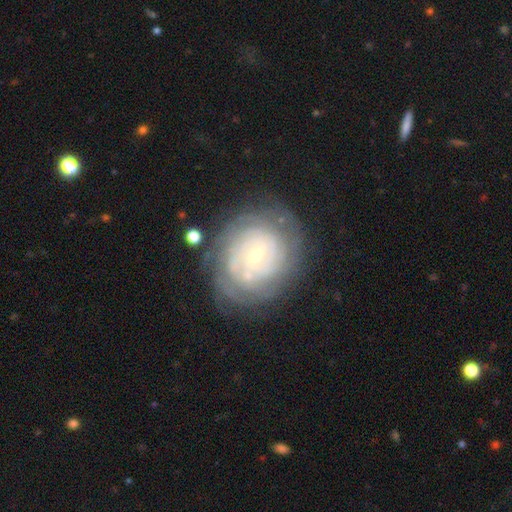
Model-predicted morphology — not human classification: smooth-or-featured: featured or disk: 79% | smooth: 14% | star or artifact: 7%
  disk-edge-on: no: 97% | yes: 3%
    bar: no: 46% | weak: 43% | strong: 12%
    has-spiral-arms: yes: 90% | no: 10%
      spiral-winding: tight: 80% | medium: 16% | loose: 4%
      spiral-arm-count: can't tell: 48% | 2: 16% | 4: 12% | 3: 12% | more than 4: 6% | 1: 5%
    bulge-size: small: 76% | moderate: 20% | none: 2% | large: 2% | dominant: 1%
  merging: none: 76% | minor disturbance: 15% | major disturbance: 6% | merger: 3%